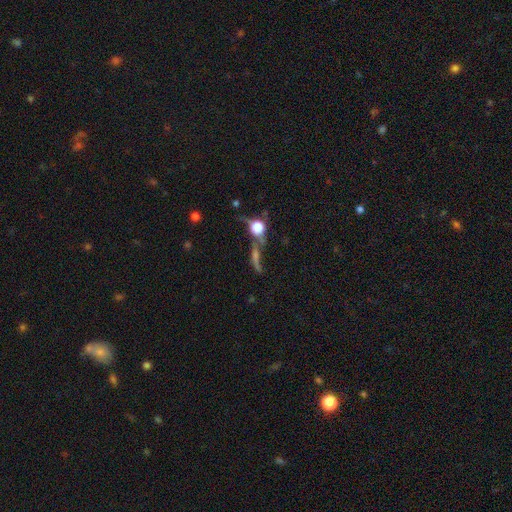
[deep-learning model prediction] Smooth or featured? featured or disk (40%)
Merging? none (41%)